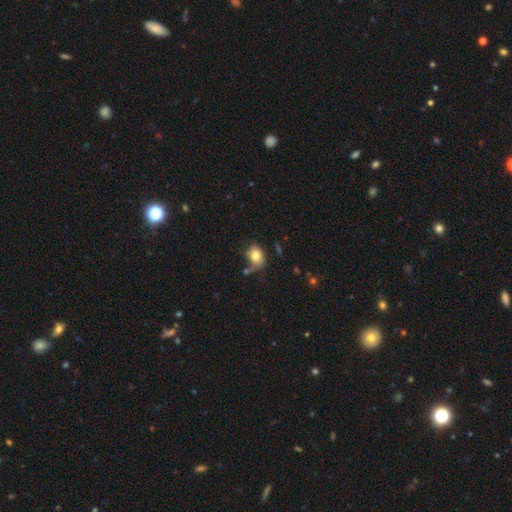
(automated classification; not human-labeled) This appears to be a smooth galaxy with no disk features (79%) that is in between round and cigar-shaped (65%). Merging: none (57%).